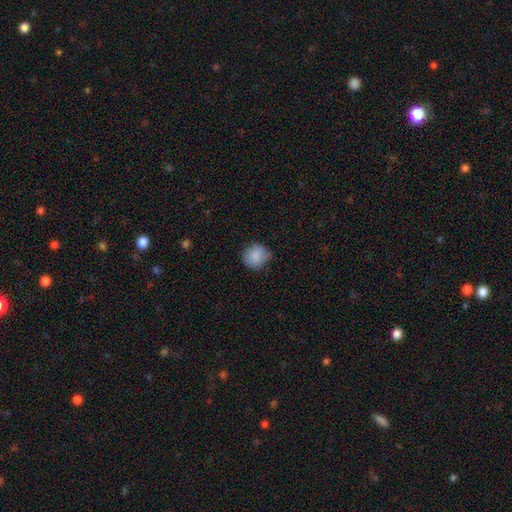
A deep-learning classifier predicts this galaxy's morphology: Overall: smooth (86%). How rounded: round (87%). Merging: none (70%).